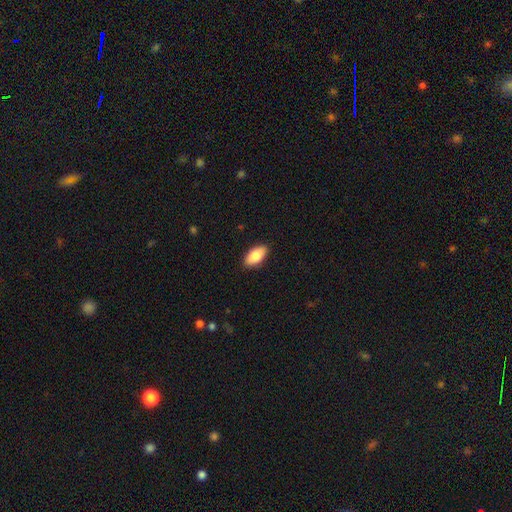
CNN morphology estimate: smooth 83%, featured or disk 11%, star or artifact 6%. Down the decision tree: how rounded — in between (91%); merging — none (89%).